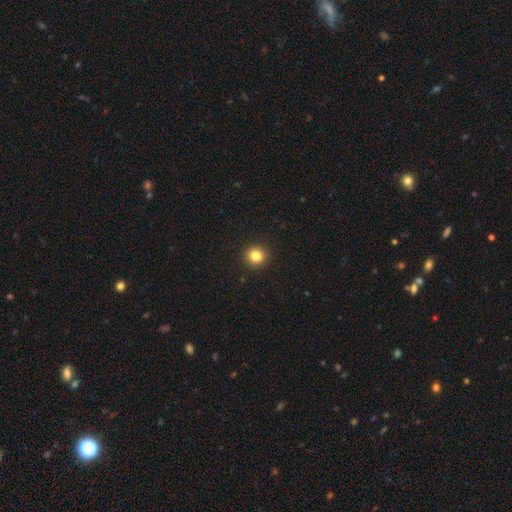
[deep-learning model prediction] Smooth or featured? Predicted: smooth (p=0.83). How rounded? Predicted: round (p=0.91). Merging? Predicted: none (p=0.92).